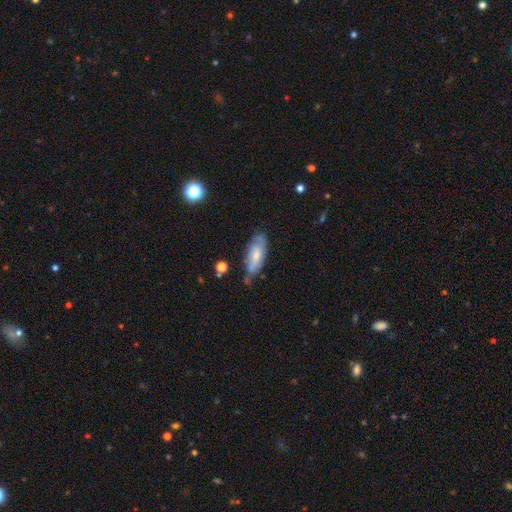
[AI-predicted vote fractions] smooth 58%, featured or disk 35%, star or artifact 7%. Down the decision tree: how rounded — in between (72%); merging — none (59%).